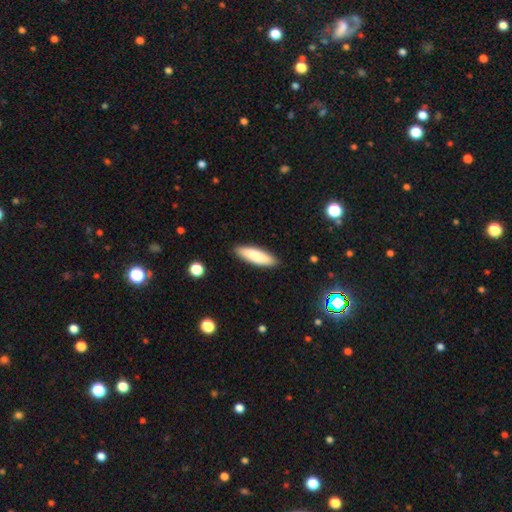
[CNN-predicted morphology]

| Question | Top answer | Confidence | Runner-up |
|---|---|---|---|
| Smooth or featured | smooth | 84% | featured or disk (10%) |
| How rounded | cigar-shaped | 62% | in between (36%) |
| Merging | none | 89% | minor disturbance (8%) |